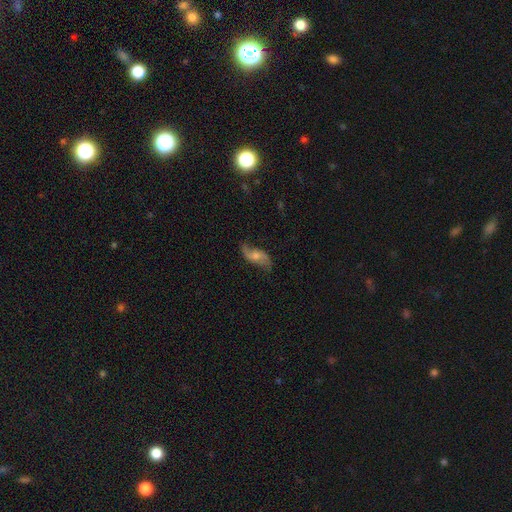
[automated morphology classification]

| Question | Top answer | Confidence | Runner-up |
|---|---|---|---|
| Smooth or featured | featured or disk | 77% | smooth (14%) |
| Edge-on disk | no | 94% | yes (6%) |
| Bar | no | 61% | weak (31%) |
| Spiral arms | yes | 94% | no (6%) |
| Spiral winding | loose | 75% | medium (19%) |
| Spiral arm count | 2 | 91% | can't tell (3%) |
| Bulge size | moderate | 50% | small (38%) |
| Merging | none | 76% | minor disturbance (16%) |